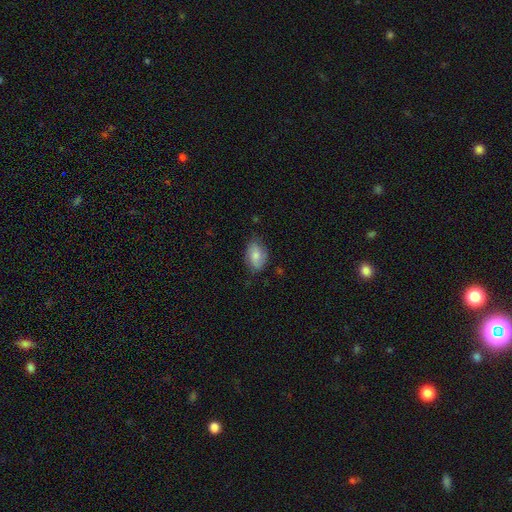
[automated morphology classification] Smooth or featured?
  - smooth: 70% *
  - featured or disk: 23%
  - star or artifact: 7%
How rounded?
  - in between: 87% *
  - round: 11%
  - cigar-shaped: 2%
Merging?
  - none: 69% *
  - minor disturbance: 24%
  - major disturbance: 5%
  - merger: 1%